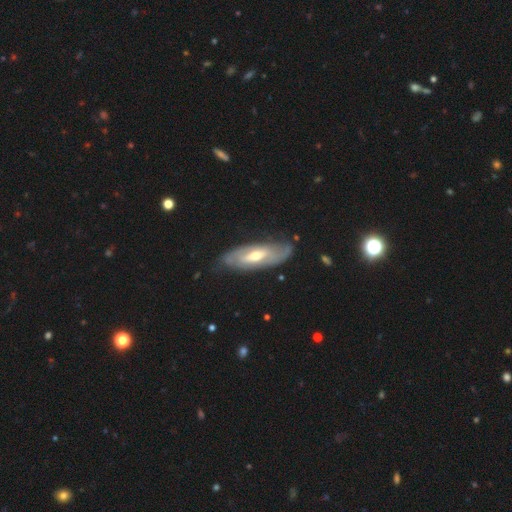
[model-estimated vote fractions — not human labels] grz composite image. It shows a featured or disk galaxy (72%) with a weak bar (41%), spiral arms (68%) and a moderate central bulge (66%). Merging: none (75%).